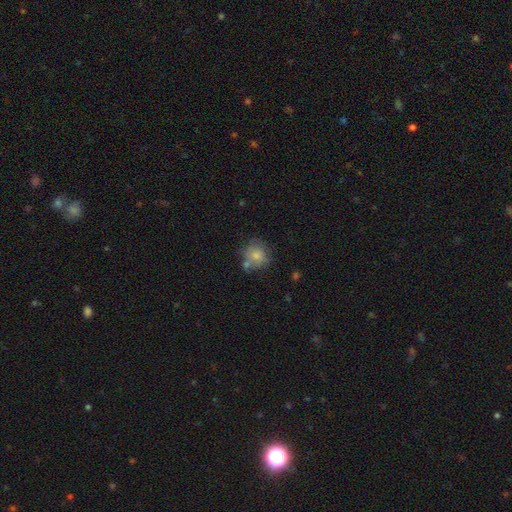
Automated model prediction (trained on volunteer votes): A smooth galaxy with no disk features (77%) that is round (85%). Merging: none (56%).